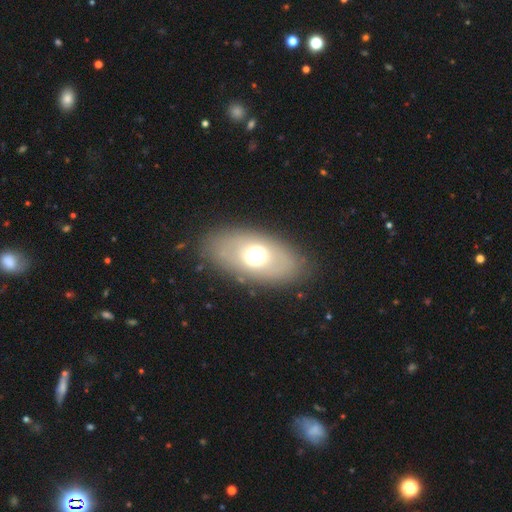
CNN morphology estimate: Overall: smooth (55%; featured or disk 35%). How rounded: in between (87%). Merging: none (82%).